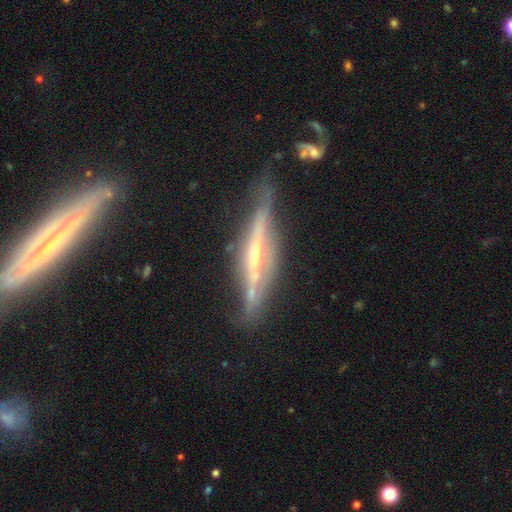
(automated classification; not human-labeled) This is likely a featured or disk galaxy (80%). It is clearly viewed edge-on (90%). Edge-on bulge: possibly rounded (47%). Merging: likely none (66%).